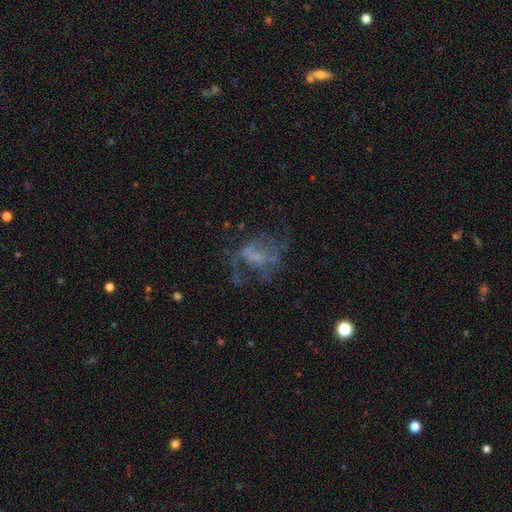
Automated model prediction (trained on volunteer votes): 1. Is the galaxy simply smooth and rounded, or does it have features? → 57% featured or disk, 23% smooth, 20% star or artifact.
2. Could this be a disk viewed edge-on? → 97% no, 3% yes.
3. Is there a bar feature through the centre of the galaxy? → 64% no, 27% weak, 9% strong.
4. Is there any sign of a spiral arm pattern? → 62% no, 38% yes.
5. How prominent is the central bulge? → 61% none, 19% small, 14% moderate, 5% large, 1% dominant.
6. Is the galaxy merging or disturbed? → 41% none, 39% major disturbance, 17% minor disturbance, 4% merger.